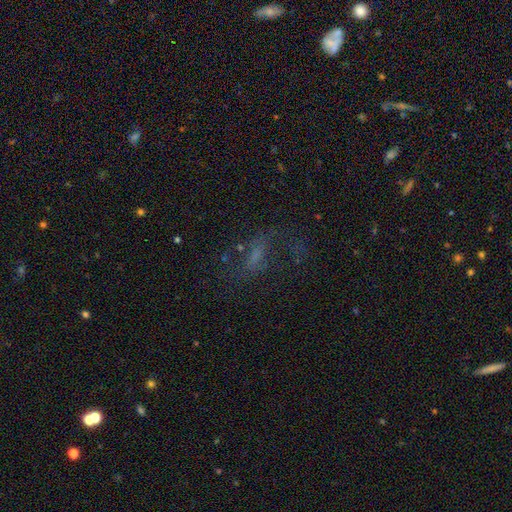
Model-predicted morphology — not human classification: Smooth or featured? Predicted: featured or disk (p=0.41). Merging? Predicted: none (p=0.50).